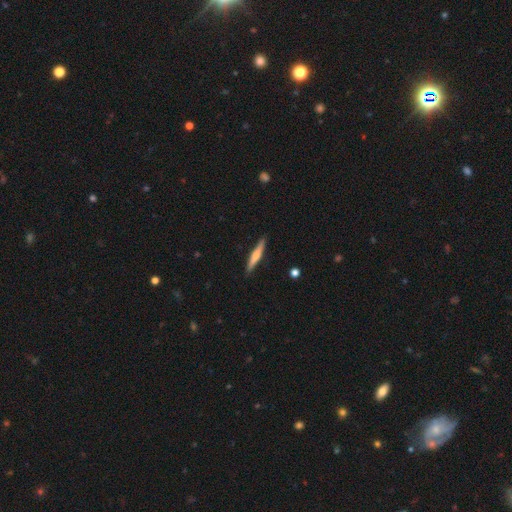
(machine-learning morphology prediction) smooth_or_featured: smooth (p=0.49) [alt: featured or disk p=0.46]
merging: none (p=0.90) [alt: minor disturbance p=0.07]